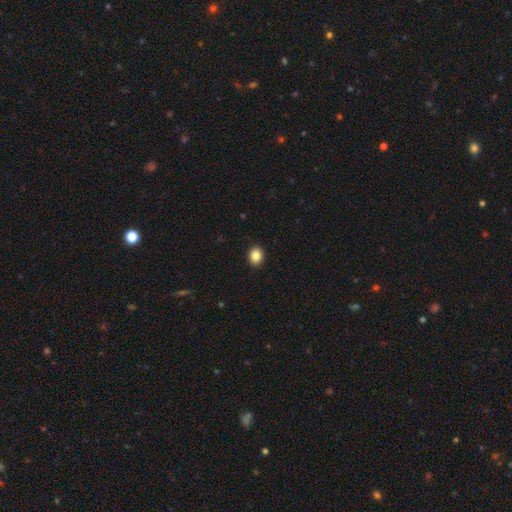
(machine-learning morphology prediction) Smooth or featured? Predicted: smooth (p=0.85). How rounded? Predicted: round (p=0.50). Merging? Predicted: none (p=0.92).